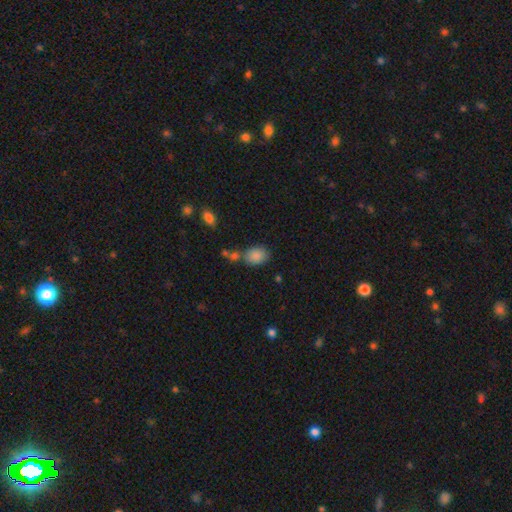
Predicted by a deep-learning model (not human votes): Smooth or featured: smooth — 86% (star or artifact — 9%)
How rounded: in between — 67% (round — 32%)
Merging: none — 60% (minor disturbance — 18%)